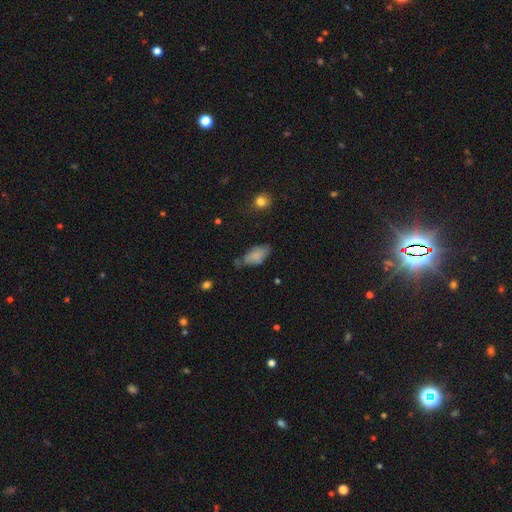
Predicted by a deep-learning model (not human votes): smooth-or-featured: smooth: 82% | featured or disk: 11% | star or artifact: 8%
  how-rounded: in between: 92% | cigar-shaped: 5% | round: 3%
  merging: none: 54% | minor disturbance: 31% | major disturbance: 9% | merger: 6%